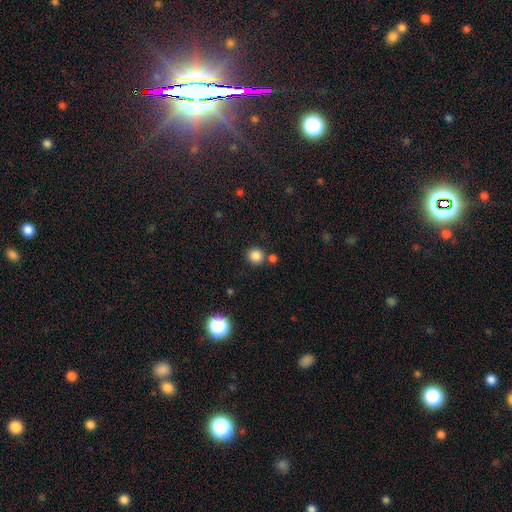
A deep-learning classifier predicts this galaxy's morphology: smooth-or-featured: smooth: 84% | star or artifact: 12% | featured or disk: 4%
  how-rounded: round: 92% | in between: 7% | cigar-shaped: 1%
  merging: none: 76% | merger: 14% | minor disturbance: 7% | major disturbance: 3%